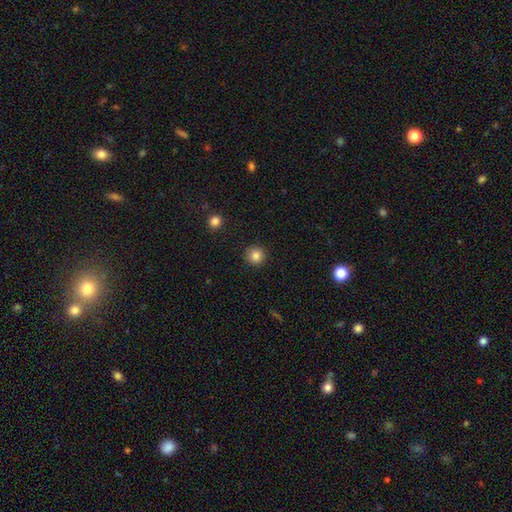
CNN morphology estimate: smooth-or-featured: smooth: 84% | star or artifact: 11% | featured or disk: 5%
  how-rounded: round: 94% | in between: 5% | cigar-shaped: 1%
  merging: none: 91% | minor disturbance: 6% | major disturbance: 2% | merger: 1%